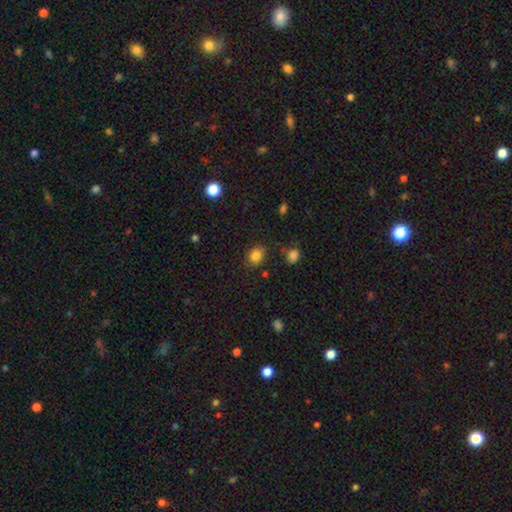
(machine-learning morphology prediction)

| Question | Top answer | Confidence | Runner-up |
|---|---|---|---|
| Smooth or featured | smooth | 83% | star or artifact (11%) |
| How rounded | round | 66% | in between (34%) |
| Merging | none | 81% | minor disturbance (13%) |